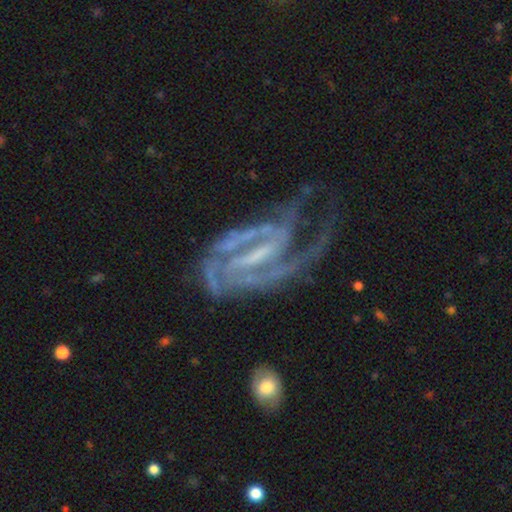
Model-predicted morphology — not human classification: Smooth or featured?
  - featured or disk: 89% *
  - star or artifact: 6%
  - smooth: 5%
Edge-on disk?
  - no: 95% *
  - yes: 5%
Bar?
  - strong: 54% *
  - weak: 33%
  - no: 13%
Spiral arms?
  - yes: 96% *
  - no: 4%
Spiral winding?
  - tight: 48% *
  - medium: 42%
  - loose: 10%
Spiral arm count?
  - 2: 44% *
  - can't tell: 19%
  - 3: 19%
  - 1: 8%
  - 4: 6%
  - more than 4: 5%
Bulge size?
  - small: 43% *
  - none: 35%
  - moderate: 19%
  - large: 3%
  - dominant: 1%
Merging?
  - none: 43% *
  - major disturbance: 31%
  - minor disturbance: 22%
  - merger: 4%